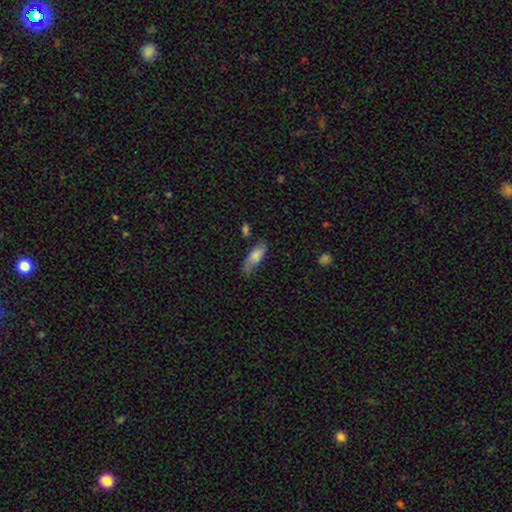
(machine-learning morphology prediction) Smooth or featured: smooth — 69% (featured or disk — 24%)
How rounded: in between — 75% (cigar-shaped — 23%)
Merging: none — 55% (minor disturbance — 30%)